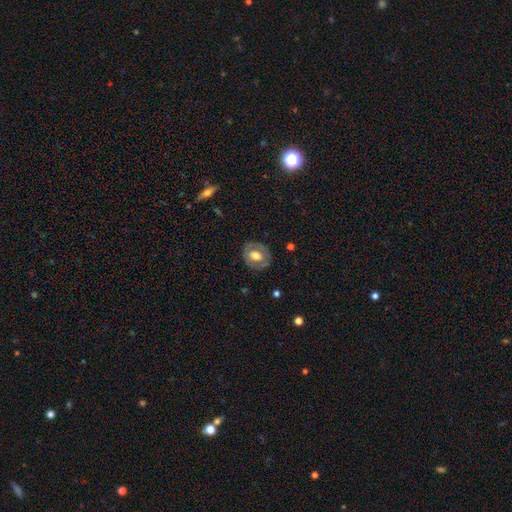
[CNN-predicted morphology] The model was most divided on "how rounded": round: 53%, in between: 46%, cigar-shaped: 1%. More confident: merging — none (79%); smooth or featured — smooth (51%).